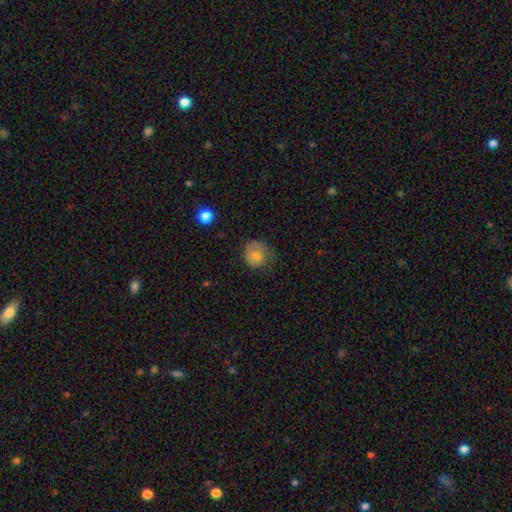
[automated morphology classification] Smooth or featured: smooth — 64% (featured or disk — 27%)
How rounded: round — 75% (in between — 24%)
Merging: none — 56% (minor disturbance — 27%)